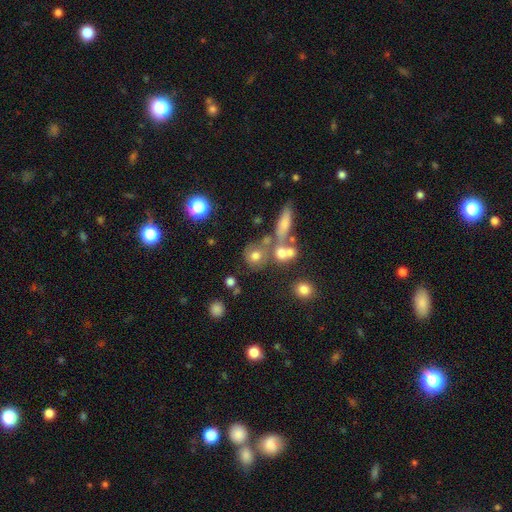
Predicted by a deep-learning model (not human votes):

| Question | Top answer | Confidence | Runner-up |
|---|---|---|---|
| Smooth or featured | smooth | 63% | featured or disk (21%) |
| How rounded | round | 74% | in between (22%) |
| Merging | none | 48% | merger (30%) |